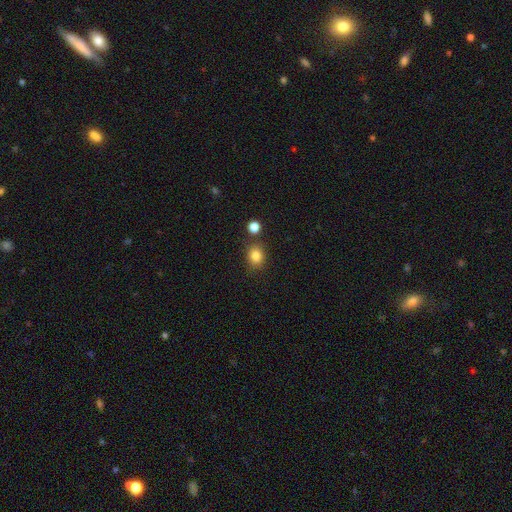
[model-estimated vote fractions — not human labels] smooth 83%, star or artifact 11%, featured or disk 5%. Down the decision tree: how rounded — round (63%); merging — none (78%).